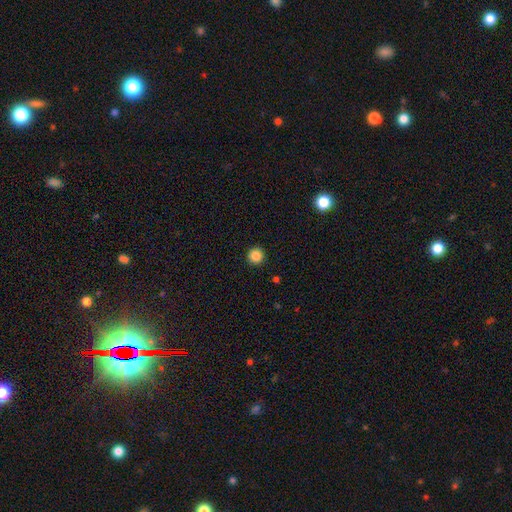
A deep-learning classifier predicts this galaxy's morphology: This is clearly a smooth galaxy (86%). How rounded: clearly round (96%). Merging: clearly none (93%).